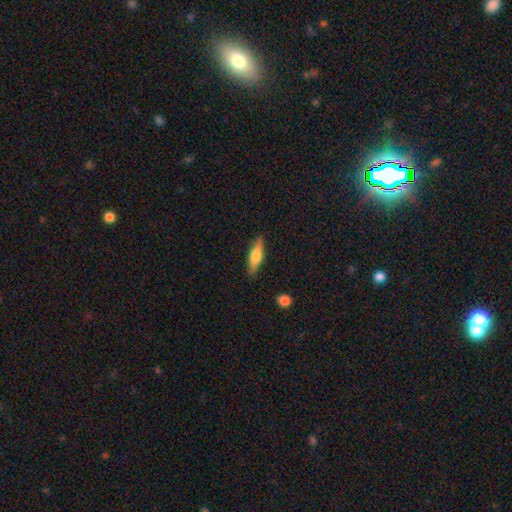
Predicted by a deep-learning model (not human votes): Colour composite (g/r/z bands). It shows a smooth galaxy with no disk features (65%) that is cigar-shaped (57%). Merging: none (86%).